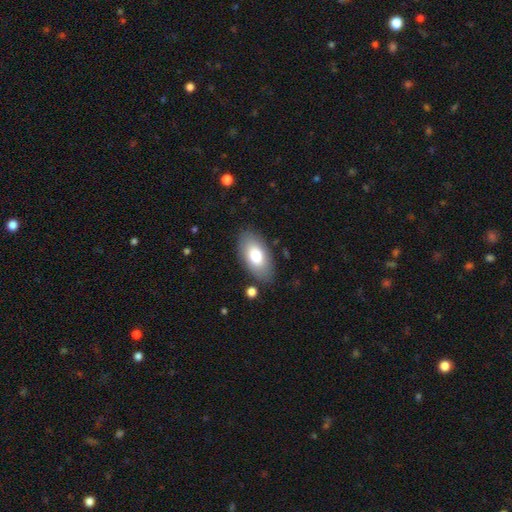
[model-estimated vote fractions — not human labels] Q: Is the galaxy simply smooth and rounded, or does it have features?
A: smooth — 76%.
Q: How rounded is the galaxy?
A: in between — 93%.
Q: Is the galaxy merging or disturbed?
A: none — 83%.